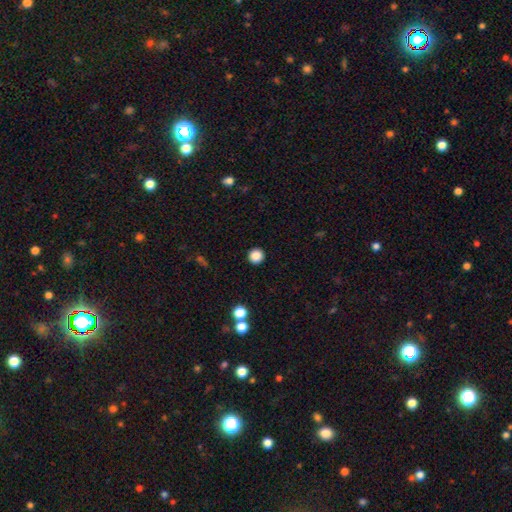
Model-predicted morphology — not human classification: smooth_or_featured: smooth (p=0.86) [alt: star or artifact p=0.11]
how_rounded: round (p=0.95) [alt: in between p=0.04]
merging: none (p=0.93) [alt: minor disturbance p=0.04]